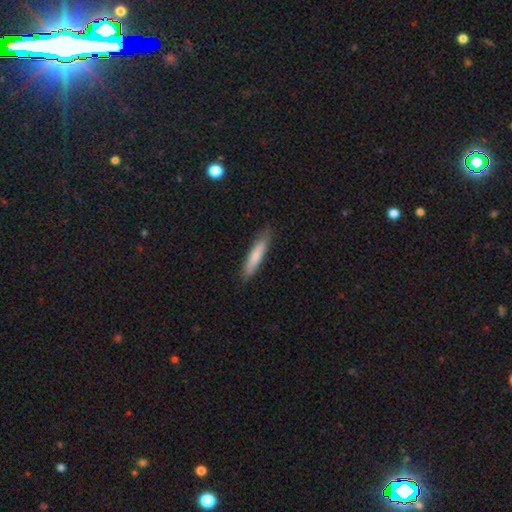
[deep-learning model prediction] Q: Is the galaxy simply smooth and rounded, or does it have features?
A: smooth — 76%.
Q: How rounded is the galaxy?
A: cigar-shaped — 88%.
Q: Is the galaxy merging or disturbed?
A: none — 84%.